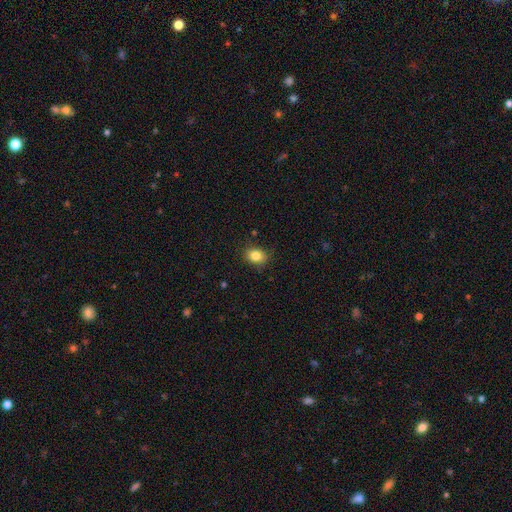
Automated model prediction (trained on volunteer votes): Smooth or featured: smooth — 84% (star or artifact — 10%)
How rounded: in between — 56% (round — 42%)
Merging: none — 85% (minor disturbance — 12%)